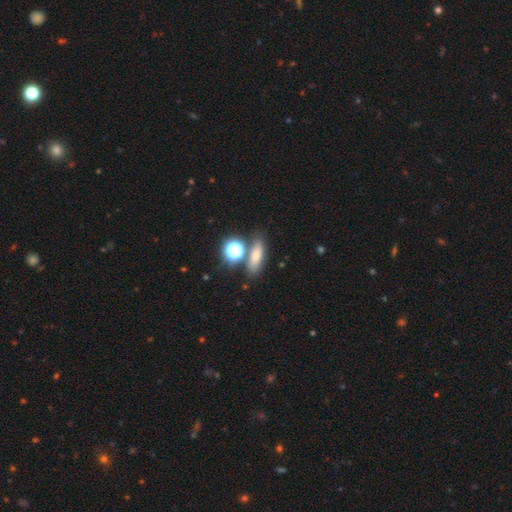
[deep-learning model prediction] This is likely a smooth galaxy (65%). How rounded: possibly in between (48%). Merging: likely none (71%).